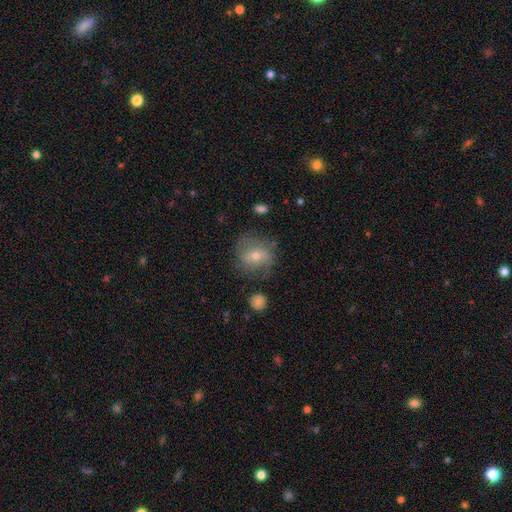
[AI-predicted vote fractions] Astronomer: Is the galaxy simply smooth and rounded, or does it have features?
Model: smooth — 50% (runner-up: featured or disk, 40%).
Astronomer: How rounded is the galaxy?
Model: round — 70%.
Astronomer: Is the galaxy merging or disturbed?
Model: none — 63%.